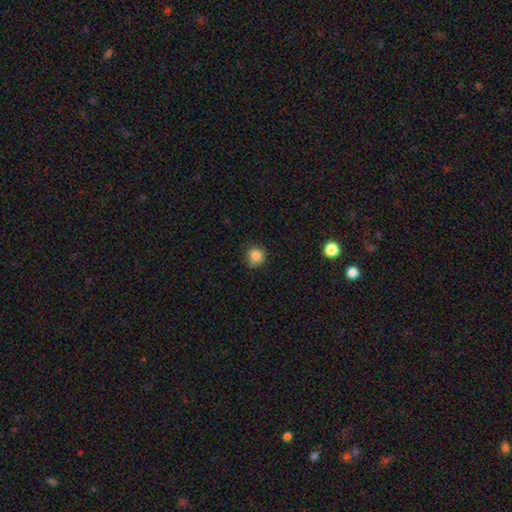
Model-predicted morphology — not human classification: The model was most divided on "merging": none: 79%, minor disturbance: 17%, major disturbance: 3%, merger: 1%. More confident: how rounded — round (91%); smooth or featured — smooth (85%).